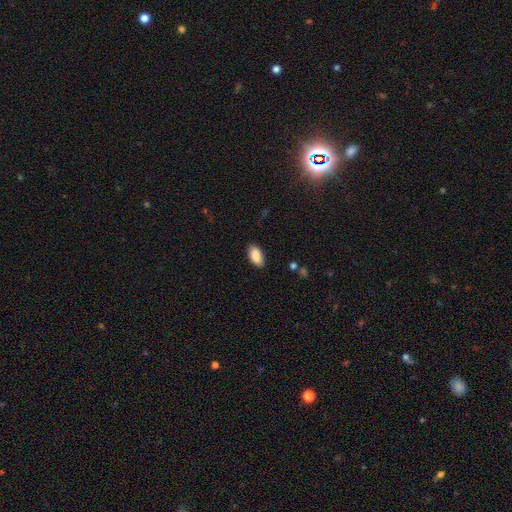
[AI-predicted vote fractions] smooth 87%, star or artifact 7%, featured or disk 6%. Down the decision tree: how rounded — in between (91%); merging — none (84%).